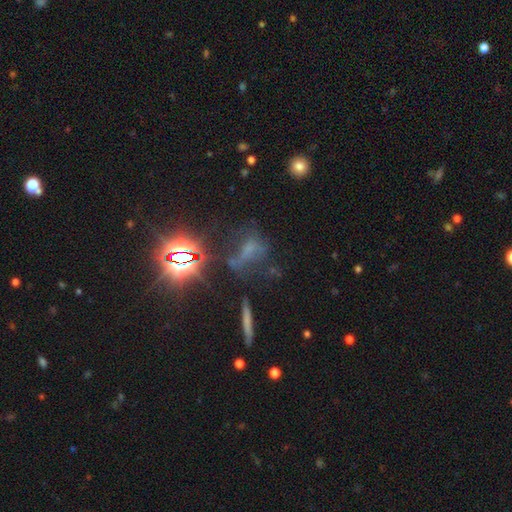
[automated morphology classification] smooth_or_featured: star or artifact (p=0.50) [alt: smooth p=0.26]